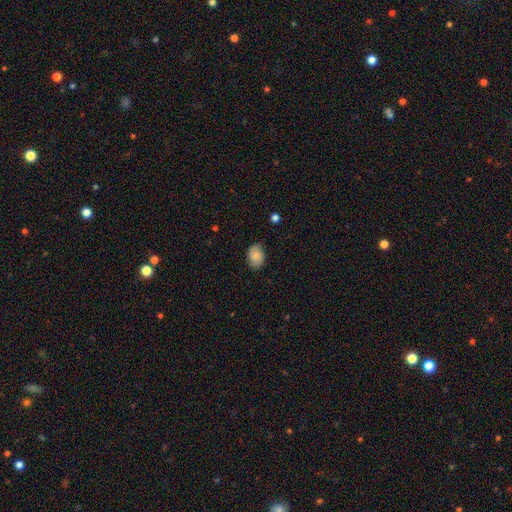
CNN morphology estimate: smooth_or_featured: smooth (p=0.84) [alt: featured or disk p=0.09]
how_rounded: in between (p=0.79) [alt: round p=0.20]
merging: none (p=0.81) [alt: minor disturbance p=0.15]